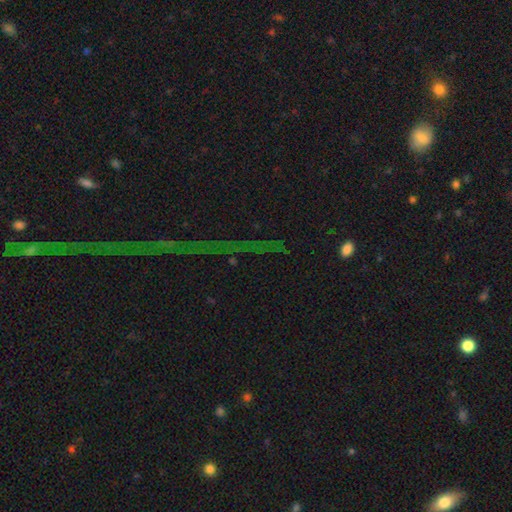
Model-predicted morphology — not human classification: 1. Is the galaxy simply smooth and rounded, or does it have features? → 80% star or artifact, 10% smooth, 10% featured or disk.